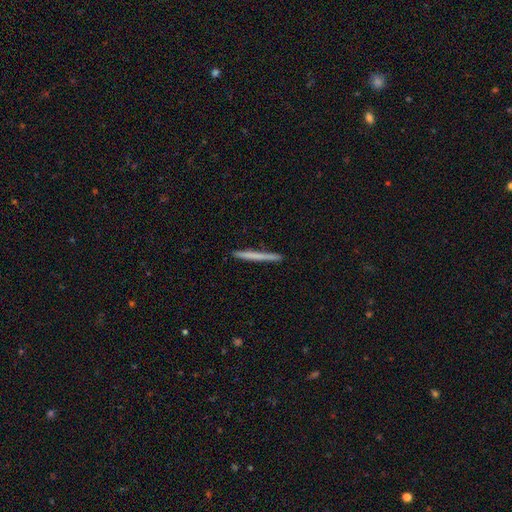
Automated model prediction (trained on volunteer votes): This appears to be a smooth galaxy with no disk features (61%) that is cigar-shaped (97%). Merging: none (91%).